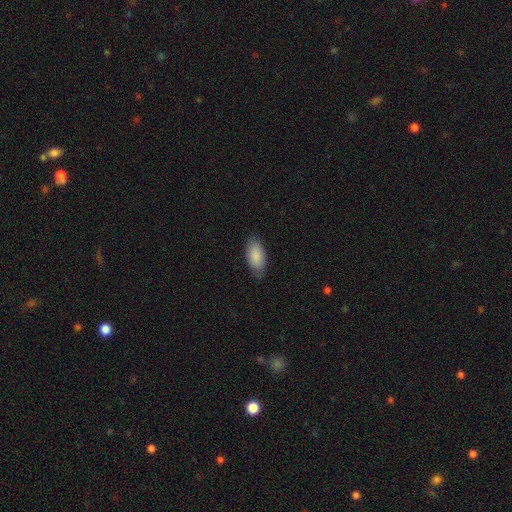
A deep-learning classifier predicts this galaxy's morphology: Q: Smooth or featured?
A: smooth (88%); runner-up: featured or disk (6%)
Q: How rounded?
A: in between (91%); runner-up: cigar-shaped (7%)
Q: Merging?
A: none (83%); runner-up: minor disturbance (14%)